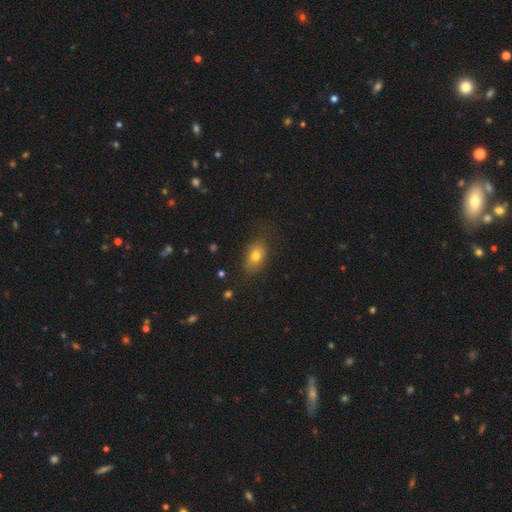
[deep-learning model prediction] Q: Smooth or featured?
A: smooth (76%); runner-up: featured or disk (13%)
Q: How rounded?
A: in between (80%); runner-up: round (18%)
Q: Merging?
A: none (73%); runner-up: minor disturbance (19%)